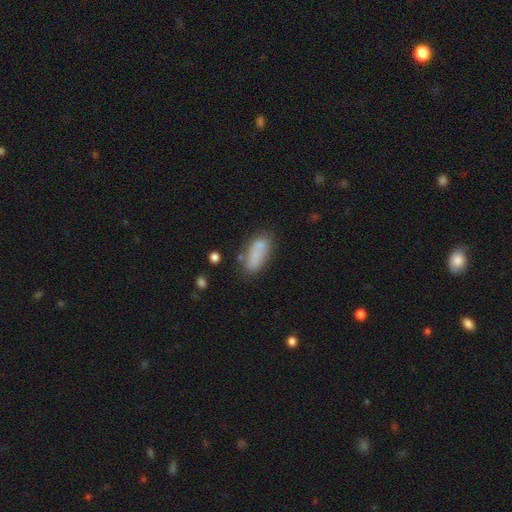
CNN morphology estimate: smooth-or-featured: smooth: 76% | featured or disk: 16% | star or artifact: 9%
  how-rounded: in between: 78% | cigar-shaped: 19% | round: 3%
  merging: none: 55% | minor disturbance: 22% | merger: 13% | major disturbance: 9%